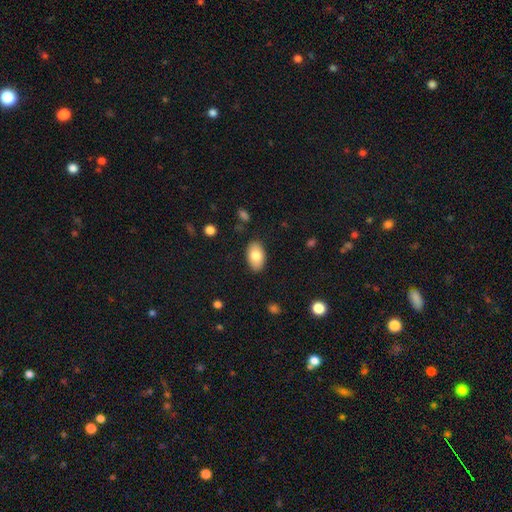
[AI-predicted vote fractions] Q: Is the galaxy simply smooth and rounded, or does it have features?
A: smooth — 80%.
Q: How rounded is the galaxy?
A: in between — 94%.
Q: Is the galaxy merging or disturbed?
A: none — 87%.